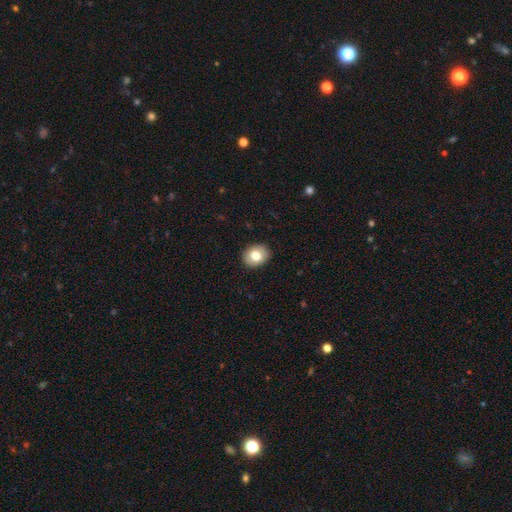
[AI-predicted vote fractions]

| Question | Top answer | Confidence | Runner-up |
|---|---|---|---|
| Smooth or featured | smooth | 78% | featured or disk (14%) |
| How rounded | round | 51% | in between (49%) |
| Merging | none | 89% | minor disturbance (8%) |